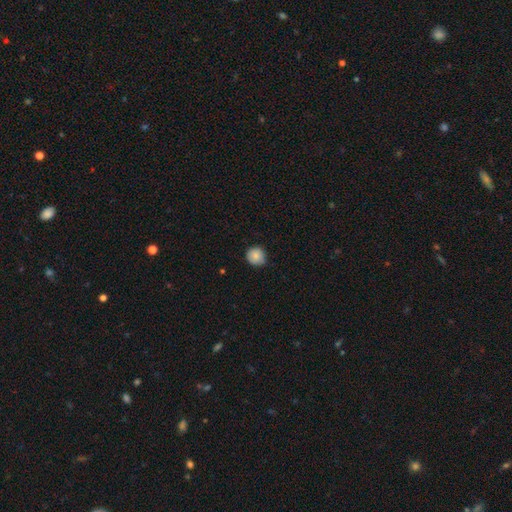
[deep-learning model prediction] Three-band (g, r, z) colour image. It shows a smooth galaxy with no disk features (85%) that is round (89%). Merging: none (81%).